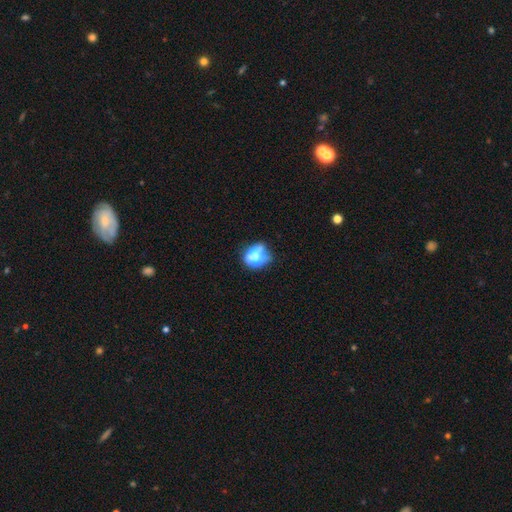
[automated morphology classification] Overall: smooth (65%). How rounded: in between (56%; round 42%). Merging: none (34%; minor disturbance 27%).